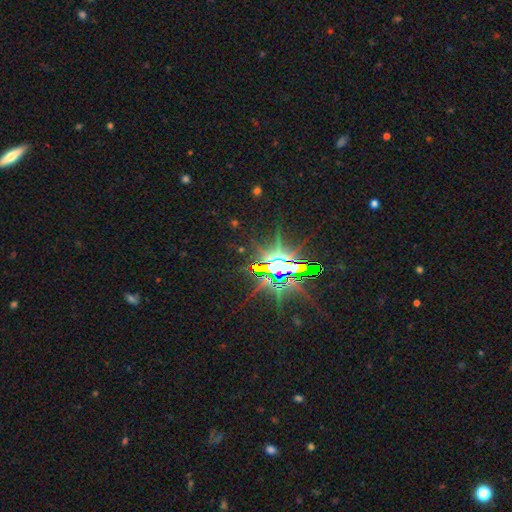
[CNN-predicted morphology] Smooth or featured?
  - star or artifact: 85% *
  - featured or disk: 8%
  - smooth: 7%